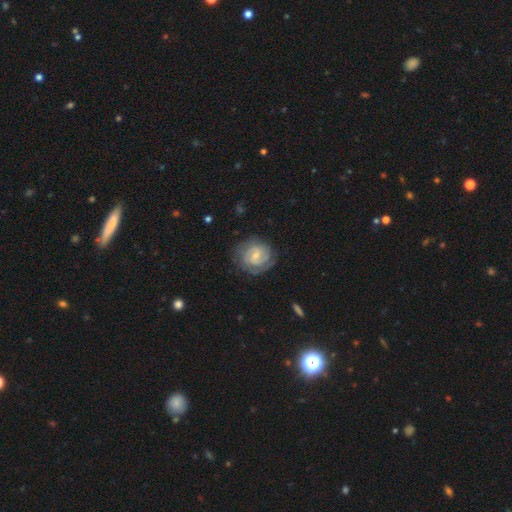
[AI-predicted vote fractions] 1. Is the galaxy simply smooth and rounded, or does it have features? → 81% featured or disk, 14% smooth, 5% star or artifact.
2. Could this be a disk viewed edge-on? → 98% no, 2% yes.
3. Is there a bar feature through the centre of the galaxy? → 53% weak, 35% no, 12% strong.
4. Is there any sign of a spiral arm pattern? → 95% yes, 5% no.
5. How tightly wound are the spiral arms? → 68% tight, 27% medium, 6% loose.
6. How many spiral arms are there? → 53% 2, 22% can't tell, 13% 3, 4% 1, 4% 4, 3% more than 4.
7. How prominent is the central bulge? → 64% small, 27% moderate, 6% none, 2% large, 1% dominant.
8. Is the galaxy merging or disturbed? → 77% none, 15% minor disturbance, 7% major disturbance, 1% merger.